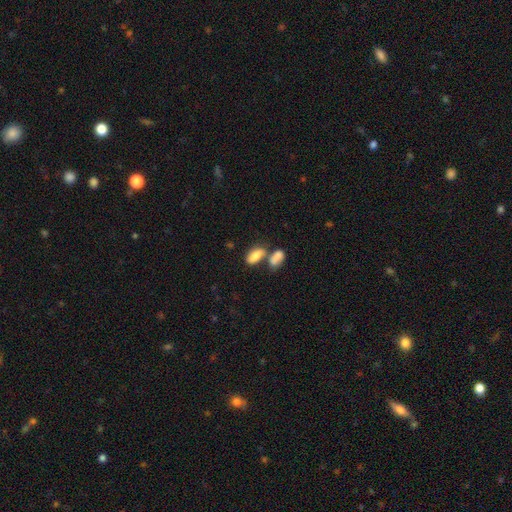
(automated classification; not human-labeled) Overall: smooth (80%). How rounded: in between (90%). Merging: merger (47%; none 37%).